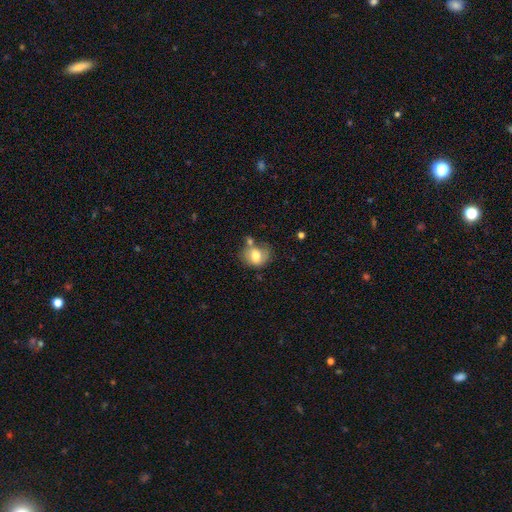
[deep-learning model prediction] Q: Smooth or featured?
A: smooth (68%); runner-up: featured or disk (24%)
Q: How rounded?
A: round (61%); runner-up: in between (38%)
Q: Merging?
A: none (47%); runner-up: minor disturbance (24%)